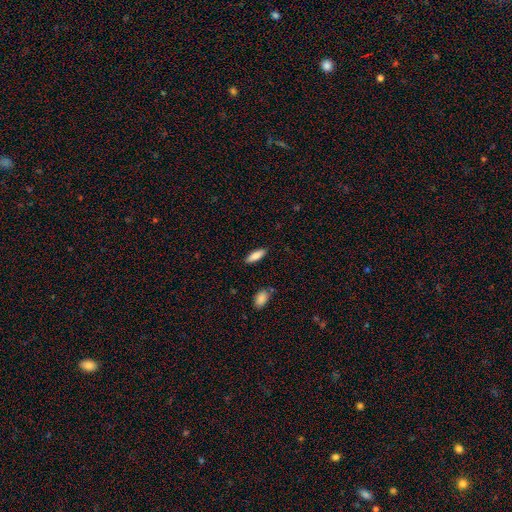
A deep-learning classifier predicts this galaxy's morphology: Smooth or featured?
  - smooth: 82% *
  - featured or disk: 12%
  - star or artifact: 6%
How rounded?
  - in between: 56% *
  - cigar-shaped: 42%
  - round: 2%
Merging?
  - none: 87% *
  - minor disturbance: 9%
  - major disturbance: 2%
  - merger: 2%